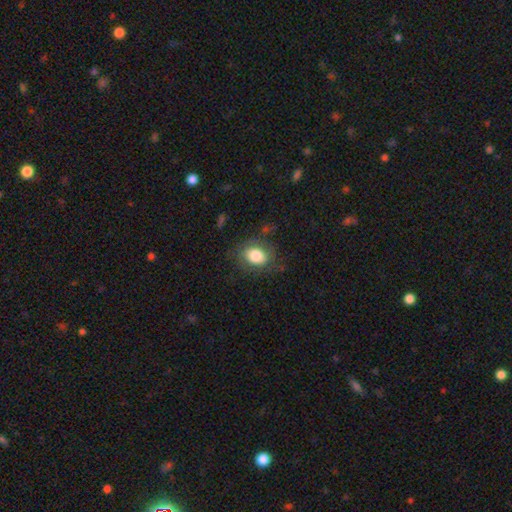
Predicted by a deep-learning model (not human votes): The model was most divided on "how rounded": in between: 56%, round: 43%, cigar-shaped: 1%. More confident: smooth or featured — smooth (75%); merging — none (69%).